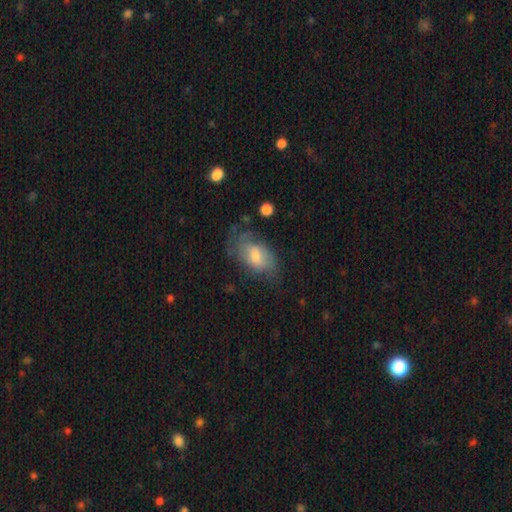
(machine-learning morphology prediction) Smooth or featured? smooth (50%)
Merging? none (53%)